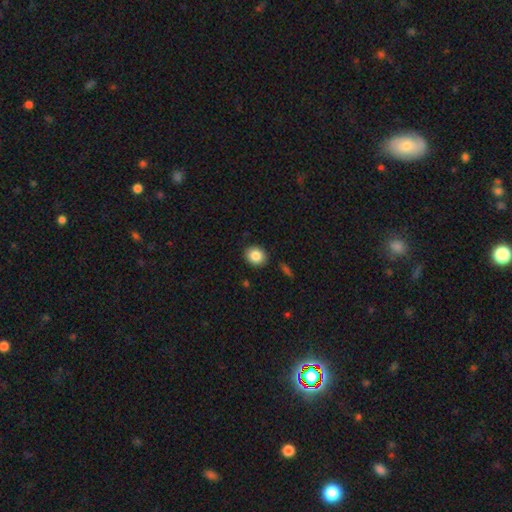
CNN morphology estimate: Smooth or featured? Predicted: smooth (p=0.85). How rounded? Predicted: round (p=0.74). Merging? Predicted: none (p=0.89).